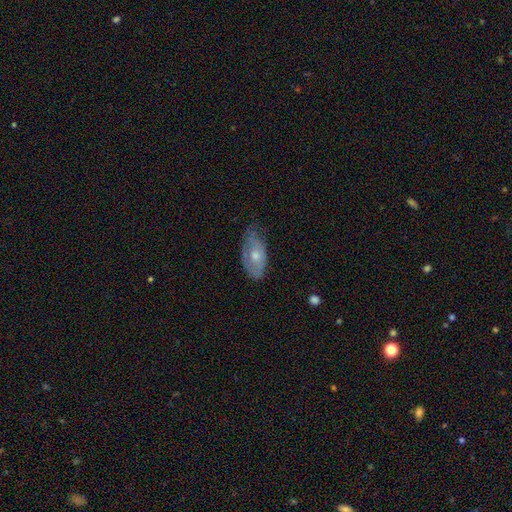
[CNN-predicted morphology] smooth 49%, featured or disk 44%, star or artifact 6%. Down the decision tree: merging — none (48%).